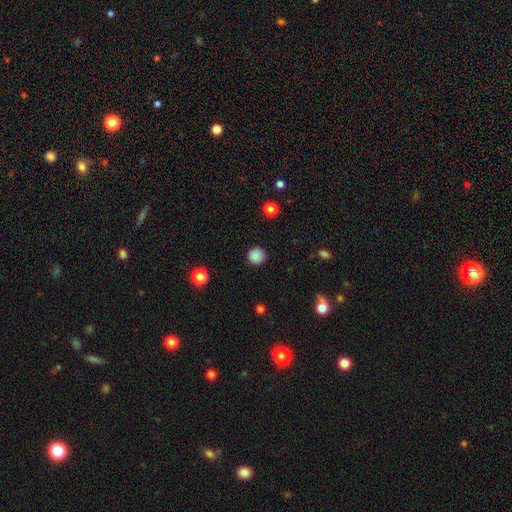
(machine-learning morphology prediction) A smooth galaxy with no disk features (86%) that is round (94%).

Vote fractions:
- Smooth or featured? smooth: 86% / star or artifact: 11% / featured or disk: 3%
- How rounded? round: 94% / in between: 5% / cigar-shaped: 1%
- Merging? none: 90% / minor disturbance: 6% / major disturbance: 2% / merger: 1%